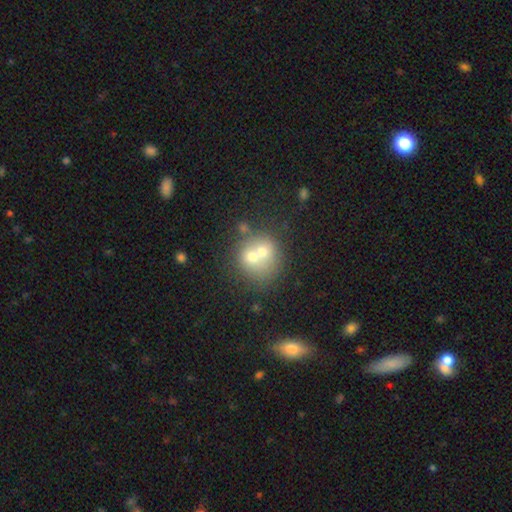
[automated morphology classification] This is likely a smooth galaxy (60%). How rounded: likely round (80%). Merging: likely merger (61%).